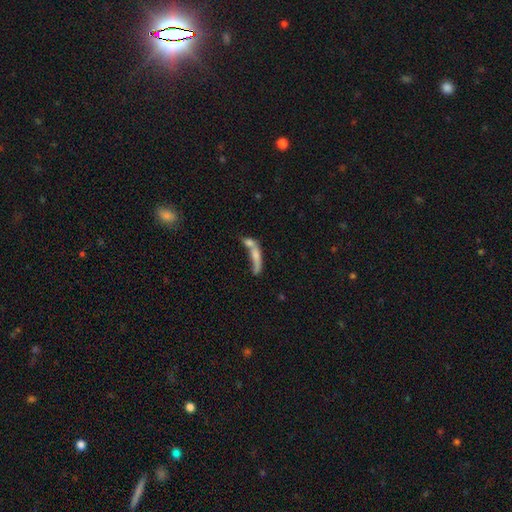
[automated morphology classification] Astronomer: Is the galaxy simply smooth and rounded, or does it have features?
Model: smooth — 61%.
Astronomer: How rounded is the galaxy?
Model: cigar-shaped — 67%.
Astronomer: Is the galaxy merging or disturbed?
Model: merger — 60%.